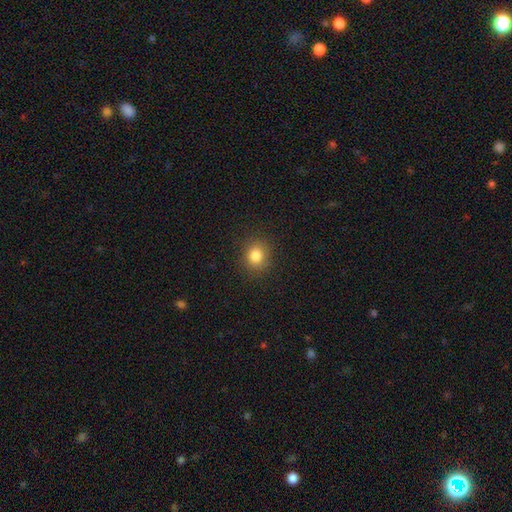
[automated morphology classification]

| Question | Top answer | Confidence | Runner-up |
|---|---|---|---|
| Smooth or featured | smooth | 83% | star or artifact (11%) |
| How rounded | round | 78% | in between (21%) |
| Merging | none | 88% | minor disturbance (9%) |